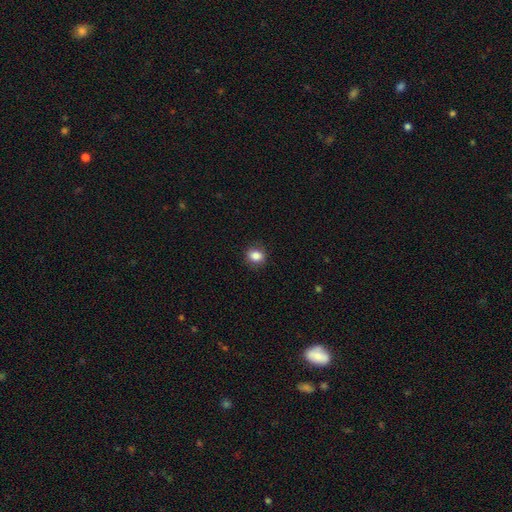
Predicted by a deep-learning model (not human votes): Smooth or featured: smooth — 85% (star or artifact — 10%)
How rounded: round — 59% (in between — 40%)
Merging: none — 86% (minor disturbance — 10%)